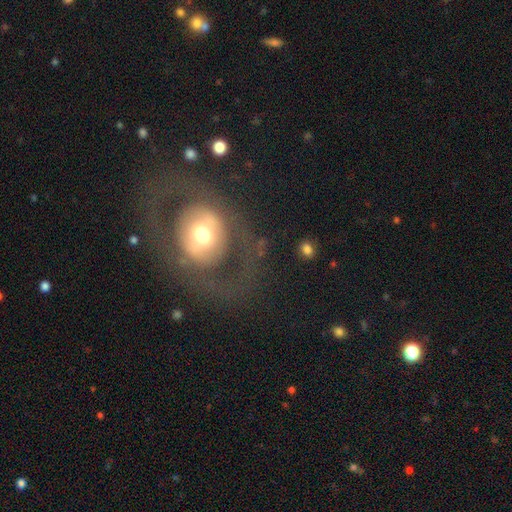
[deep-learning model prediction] Smooth or featured?
  - featured or disk: 64% *
  - smooth: 27%
  - star or artifact: 9%
Edge-on disk?
  - no: 94% *
  - yes: 6%
Bar?
  - no: 64% *
  - weak: 23%
  - strong: 13%
Spiral arms?
  - no: 60% *
  - yes: 40%
Bulge size?
  - moderate: 56% *
  - large: 24%
  - small: 14%
  - dominant: 4%
  - none: 1%
Merging?
  - none: 75% *
  - major disturbance: 13%
  - minor disturbance: 11%
  - merger: 2%